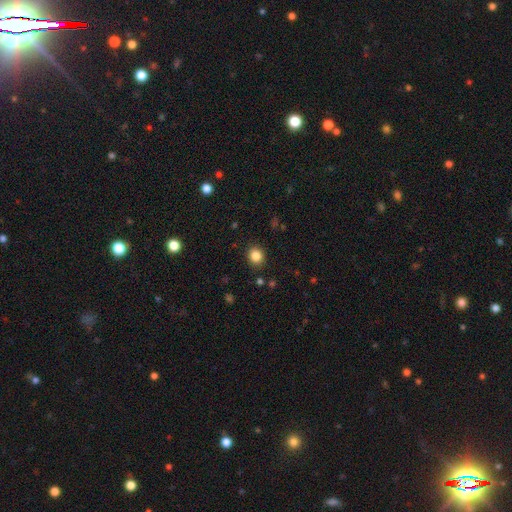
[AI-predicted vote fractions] Smooth or featured? Predicted: smooth (p=0.85). How rounded? Predicted: round (p=0.76). Merging? Predicted: none (p=0.89).